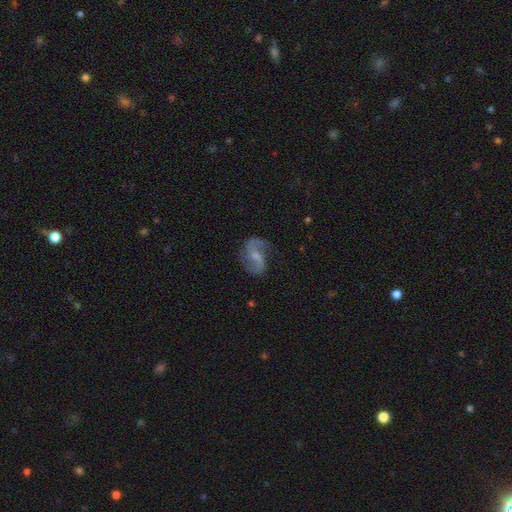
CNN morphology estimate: The model was most divided on "bar": weak: 49%, no: 35%, strong: 16%. Remaining: edge-on disk — no (98%); spiral arms — yes (97%); spiral arm count — 2 (93%); smooth or featured — featured or disk (87%); merging — none (76%); spiral winding — loose (56%); bulge size — small (47%).